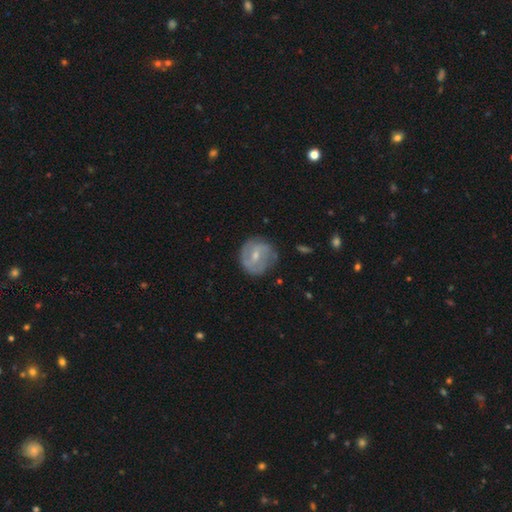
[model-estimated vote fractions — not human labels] The model was most divided on "spiral winding": medium: 40%, tight: 38%, loose: 22%. More confident: edge-on disk — no (97%); spiral arms — yes (79%); merging — none (73%); smooth or featured — featured or disk (65%); bar — weak (53%); bulge size — small (52%); spiral arm count — 2 (51%).